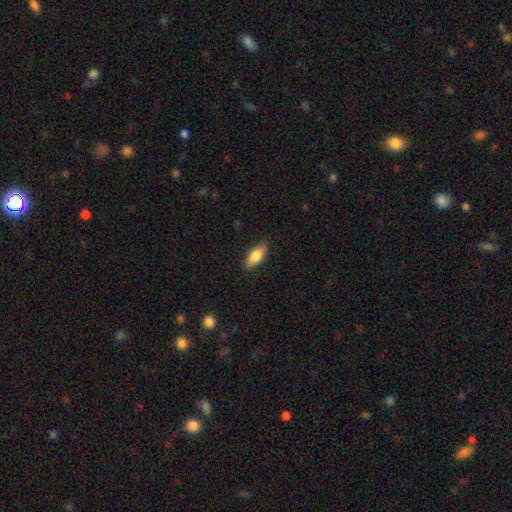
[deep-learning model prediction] smooth 82%, featured or disk 12%, star or artifact 6%. Down the decision tree: how rounded — in between (82%); merging — none (84%).